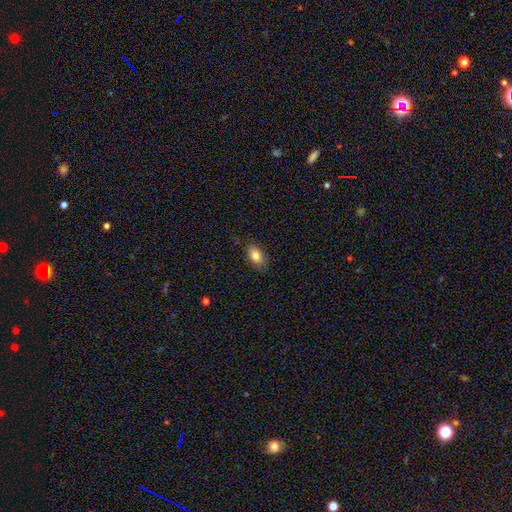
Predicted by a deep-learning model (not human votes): Q: Smooth or featured?
A: smooth (82%); runner-up: featured or disk (11%)
Q: How rounded?
A: in between (89%); runner-up: round (8%)
Q: Merging?
A: none (81%); runner-up: minor disturbance (15%)